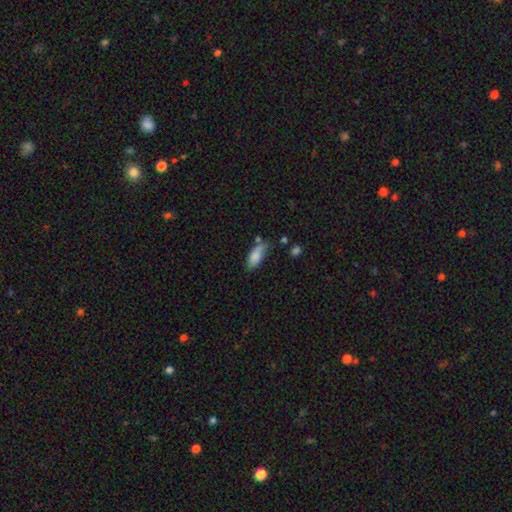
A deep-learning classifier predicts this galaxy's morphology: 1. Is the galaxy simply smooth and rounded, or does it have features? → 81% smooth, 12% featured or disk, 7% star or artifact.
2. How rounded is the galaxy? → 78% in between, 20% cigar-shaped, 2% round.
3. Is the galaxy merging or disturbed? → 53% none, 30% minor disturbance, 9% merger, 8% major disturbance.